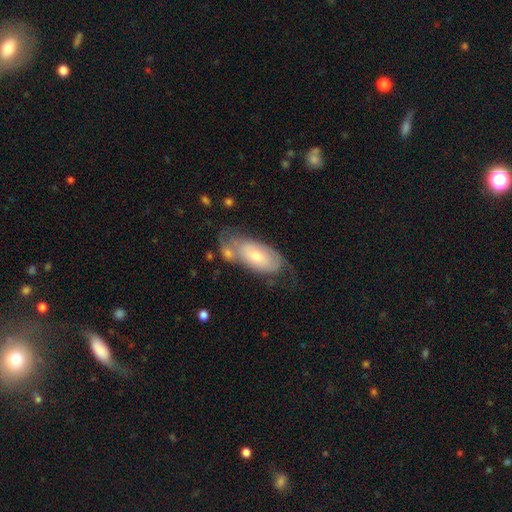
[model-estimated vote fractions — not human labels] A smooth galaxy with no disk features (52%) that is in between round and cigar-shaped (89%).

Vote fractions:
- Smooth or featured? smooth: 52% / featured or disk: 41% / star or artifact: 7%
- How rounded? in between: 89% / cigar-shaped: 8% / round: 3%
- Merging? none: 39% / minor disturbance: 26% / merger: 18% / major disturbance: 16%